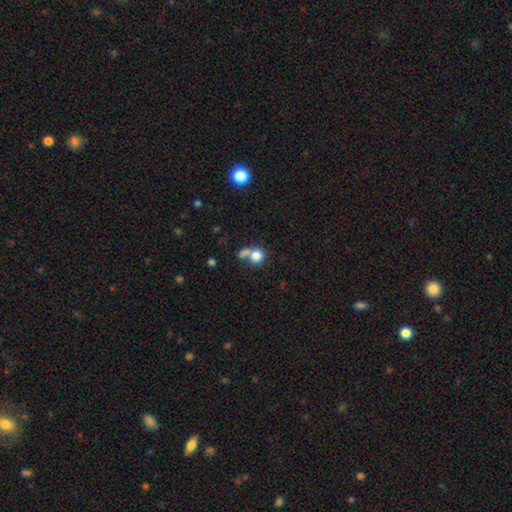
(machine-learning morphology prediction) smooth_or_featured: smooth (p=0.79) [alt: star or artifact p=0.11]
how_rounded: round (p=0.83) [alt: in between p=0.16]
merging: merger (p=0.42) [alt: none p=0.41]